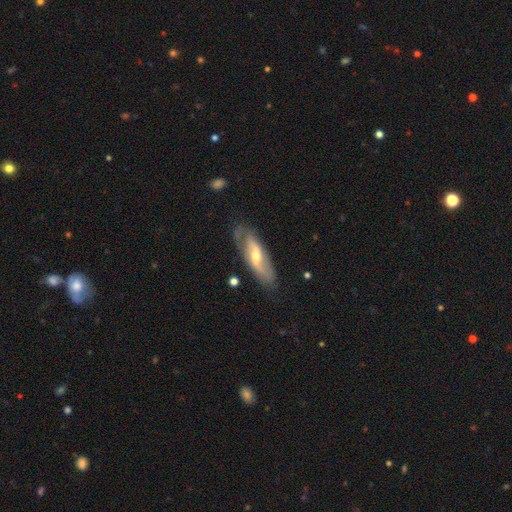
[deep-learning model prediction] featured or disk 72%, smooth 22%, star or artifact 6%. Down the decision tree: edge-on disk — no (82%); bar — weak (45%); spiral arms — yes (83%); bulge size — moderate (52%); merging — none (74%).